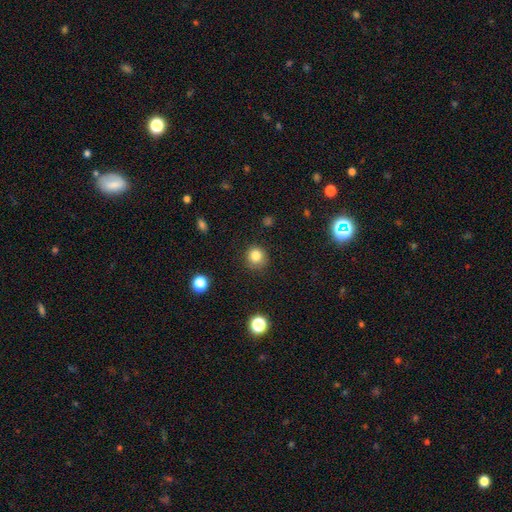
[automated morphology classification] This is clearly a smooth galaxy (83%). How rounded: clearly round (91%). Merging: clearly none (86%).